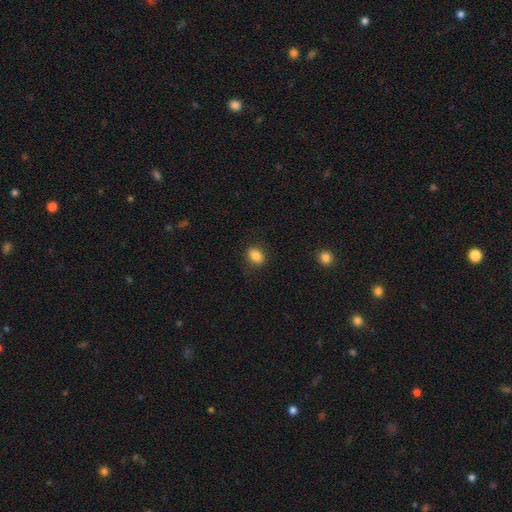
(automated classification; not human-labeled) Smooth or featured?
  - smooth: 85% *
  - star or artifact: 10%
  - featured or disk: 6%
How rounded?
  - in between: 56% *
  - round: 43%
  - cigar-shaped: 1%
Merging?
  - none: 87% *
  - minor disturbance: 10%
  - major disturbance: 3%
  - merger: 1%